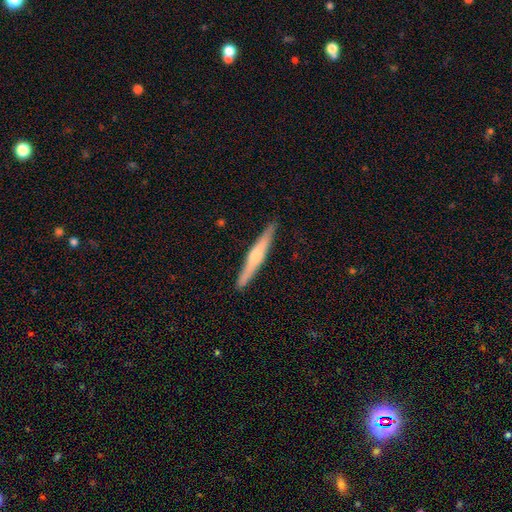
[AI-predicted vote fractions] Smooth or featured?
  - featured or disk: 60% *
  - smooth: 35%
  - star or artifact: 5%
Edge-on disk?
  - yes: 97% *
  - no: 3%
Edge-on bulge?
  - rounded: 77% *
  - none: 15%
  - boxy: 8%
Merging?
  - none: 91% *
  - minor disturbance: 7%
  - major disturbance: 1%
  - merger: 1%